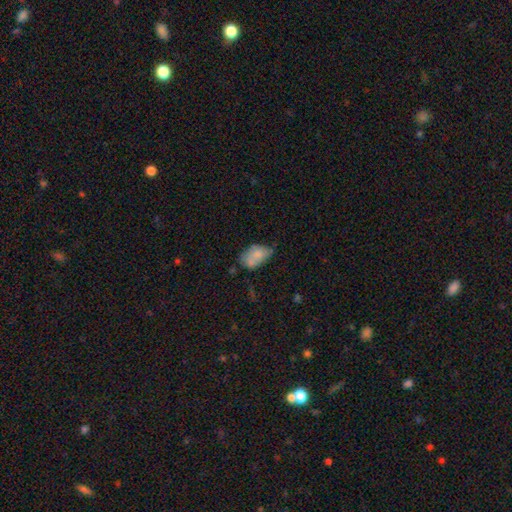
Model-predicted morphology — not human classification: Smooth or featured? smooth (71%)
How rounded? in between (90%)
Merging? none (39%)